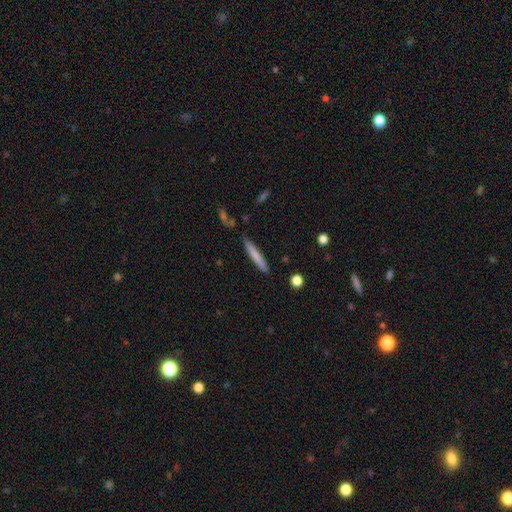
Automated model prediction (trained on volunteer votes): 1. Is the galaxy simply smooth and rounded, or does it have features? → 74% smooth, 20% featured or disk, 6% star or artifact.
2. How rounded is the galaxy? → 95% cigar-shaped, 4% in between, 1% round.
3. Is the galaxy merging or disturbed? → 86% none, 10% minor disturbance, 3% merger, 2% major disturbance.